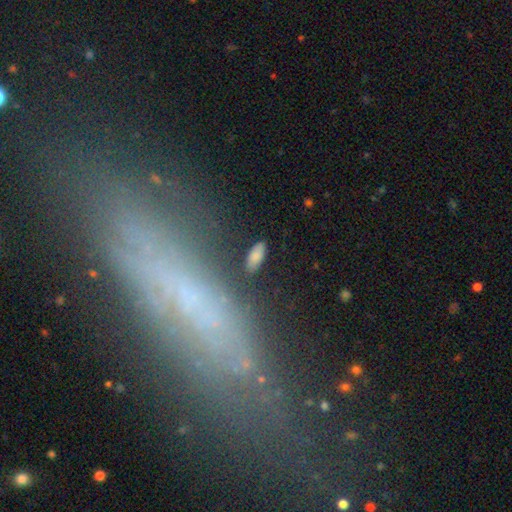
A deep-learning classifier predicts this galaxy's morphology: A smooth galaxy with no disk features (81%) that is in between round and cigar-shaped (84%). Merging: none (83%).